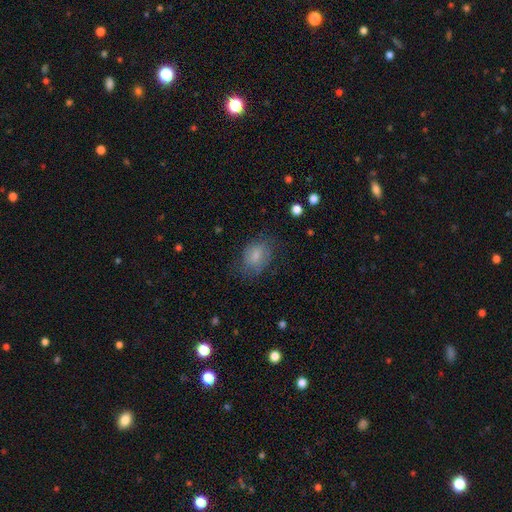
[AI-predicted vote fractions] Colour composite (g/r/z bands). It shows a smooth galaxy with no disk features (76%) that is in between round and cigar-shaped (68%). Merging: none (65%).